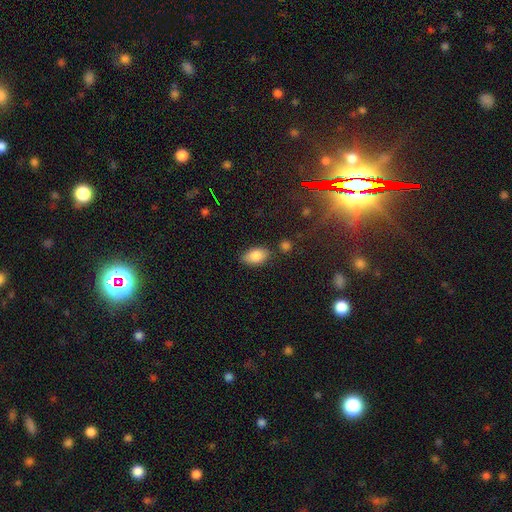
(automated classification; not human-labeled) This appears to be a smooth galaxy with no disk features (83%) that is in between round and cigar-shaped (91%). Merging: none (77%).